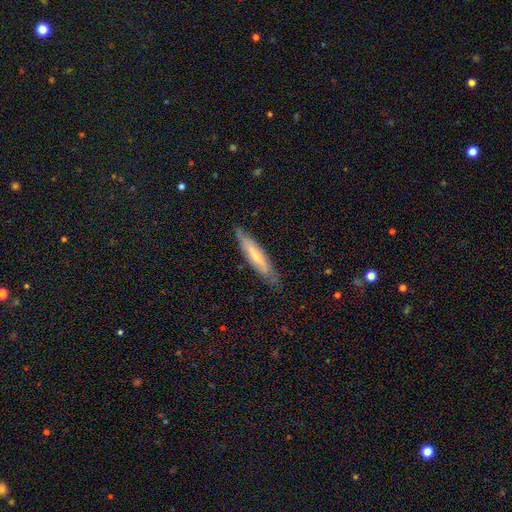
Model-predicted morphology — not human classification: smooth-or-featured: featured or disk: 55% | smooth: 39% | star or artifact: 7%
  disk-edge-on: yes: 64% | no: 36%
  merging: none: 79% | minor disturbance: 17% | major disturbance: 3% | merger: 1%